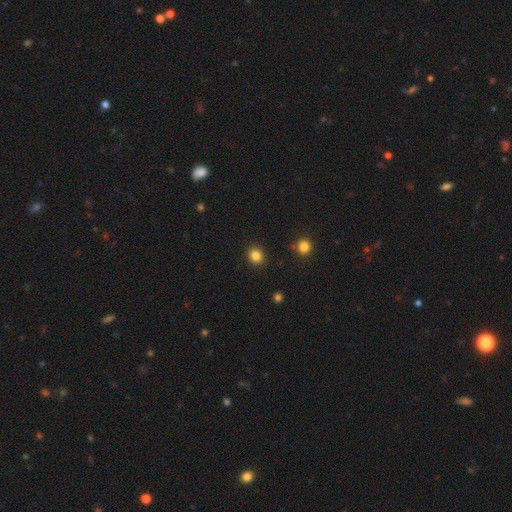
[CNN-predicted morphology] A smooth galaxy with no disk features (84%) that is round (81%). Merging: none (90%).